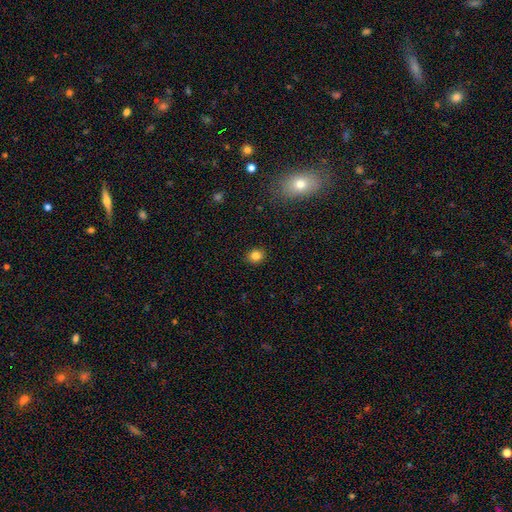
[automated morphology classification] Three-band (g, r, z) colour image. It shows a smooth galaxy with no disk features (83%) that is round (74%). Merging: none (90%).